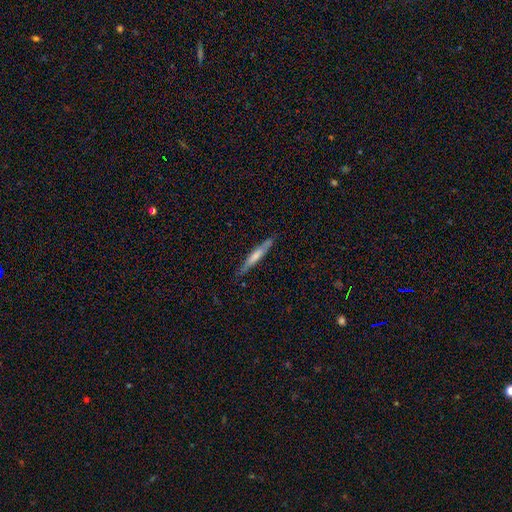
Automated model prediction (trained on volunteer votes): Morphology: type=smooth (56%); roundness=cigar-shaped (94%); merging=none (83%).